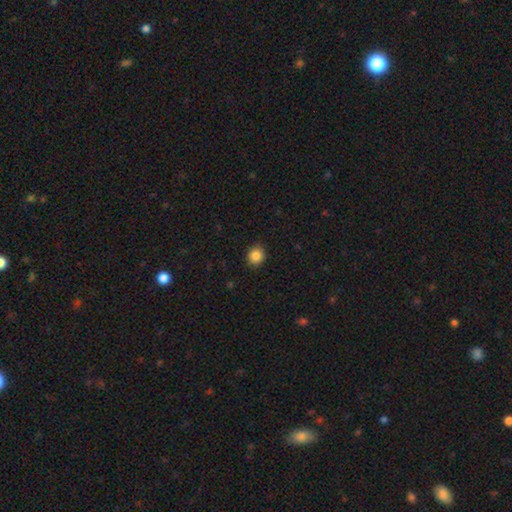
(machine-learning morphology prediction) A smooth galaxy with no disk features (86%) that is round (79%).

Vote fractions:
- Smooth or featured? smooth: 86% / star or artifact: 10% / featured or disk: 4%
- How rounded? round: 79% / in between: 20% / cigar-shaped: 1%
- Merging? none: 89% / minor disturbance: 8% / major disturbance: 2% / merger: 1%